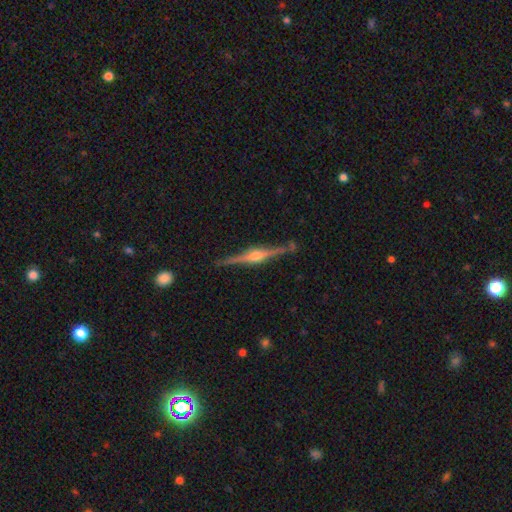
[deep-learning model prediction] Smooth or featured: featured or disk — 88% (smooth — 7%)
Edge-on disk: yes — 98% (no — 2%)
Edge-on bulge: rounded — 93% (boxy — 5%)
Merging: none — 88% (minor disturbance — 8%)